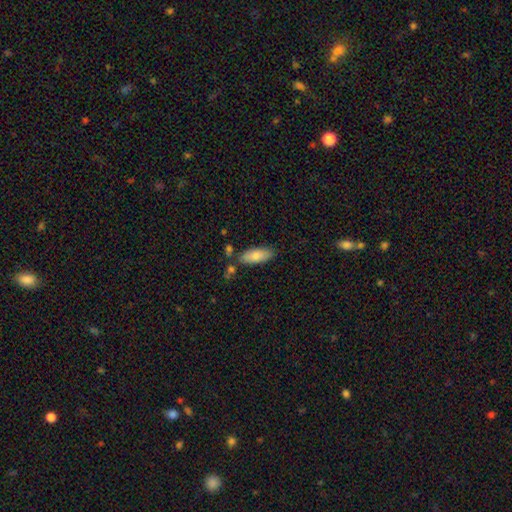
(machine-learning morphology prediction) Smooth or featured? Predicted: smooth (p=0.81). How rounded? Predicted: in between (p=0.74). Merging? Predicted: none (p=0.77).